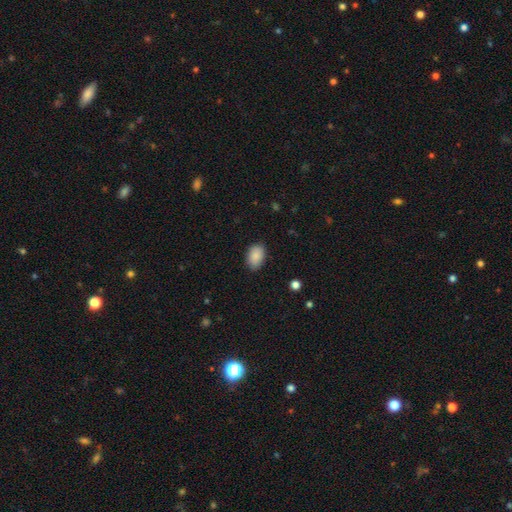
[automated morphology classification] smooth-or-featured: smooth: 88% | star or artifact: 7% | featured or disk: 5%
  how-rounded: in between: 89% | round: 10% | cigar-shaped: 1%
  merging: none: 83% | minor disturbance: 14% | major disturbance: 3% | merger: 1%